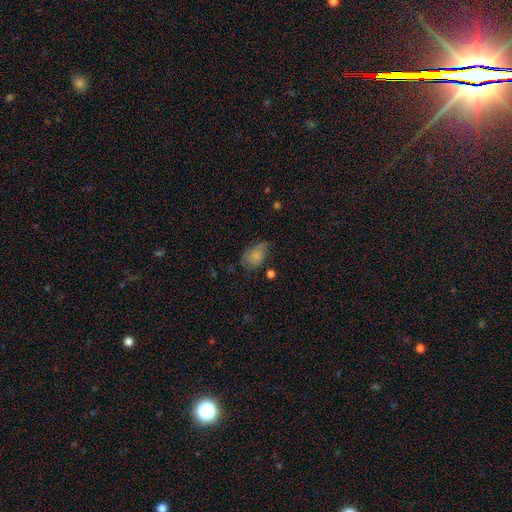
Smooth or featured? 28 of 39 (72%) said smooth. How rounded? 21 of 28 (75%) said in between. Merging? 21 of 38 (55%) said minor disturbance.